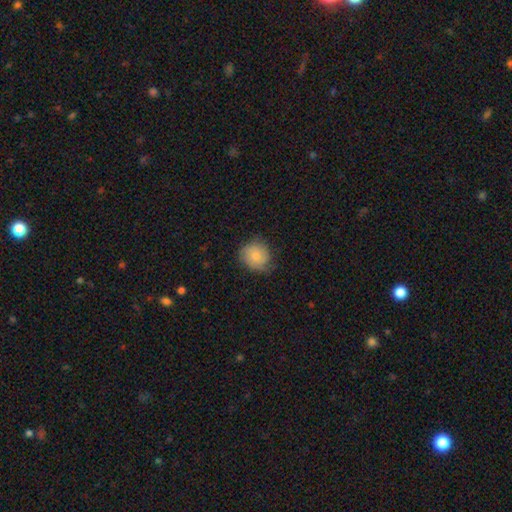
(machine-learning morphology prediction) smooth-or-featured: smooth: 71% | featured or disk: 22% | star or artifact: 7%
  how-rounded: round: 80% | in between: 19% | cigar-shaped: 1%
  merging: none: 67% | minor disturbance: 26% | major disturbance: 6% | merger: 1%